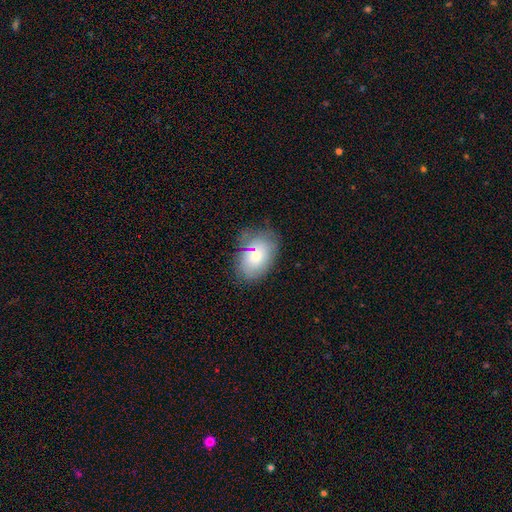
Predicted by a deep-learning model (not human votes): smooth_or_featured: smooth (p=0.68) [alt: featured or disk p=0.22]
how_rounded: in between (p=0.81) [alt: round p=0.18]
merging: none (p=0.73) [alt: minor disturbance p=0.19]